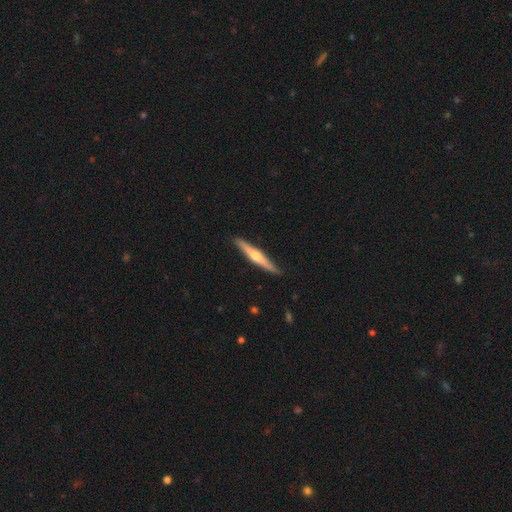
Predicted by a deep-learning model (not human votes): A featured or disk galaxy (64%) viewed edge-on (97%) with a rounded central bulge (88%).

Vote fractions:
- Smooth or featured? featured or disk: 64% / smooth: 31% / star or artifact: 5%
- Edge-on disk? yes: 97% / no: 3%
- Edge-on bulge? rounded: 88% / none: 9% / boxy: 4%
- Merging? none: 91% / minor disturbance: 7% / major disturbance: 1% / merger: 1%